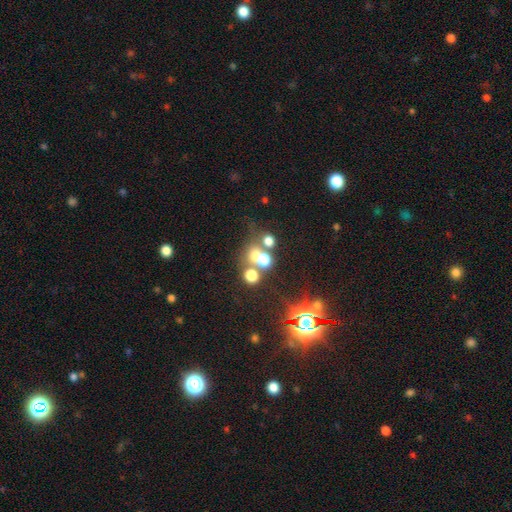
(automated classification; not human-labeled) Smooth or featured? Predicted: smooth (p=0.55). How rounded? Predicted: round (p=0.78). Merging? Predicted: none (p=0.46).